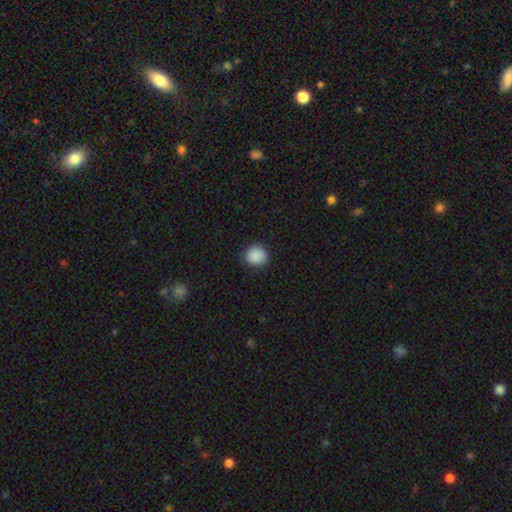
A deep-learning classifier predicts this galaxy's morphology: smooth 89%, star or artifact 9%, featured or disk 3%. Down the decision tree: how rounded — round (85%); merging — none (88%).